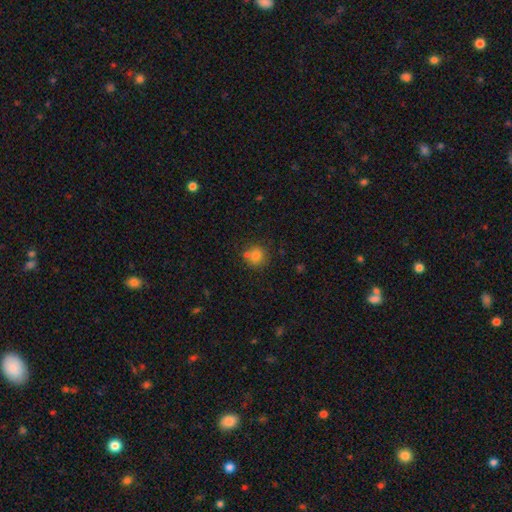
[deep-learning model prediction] Smooth or featured: smooth — 80% (star or artifact — 12%)
How rounded: round — 88% (in between — 11%)
Merging: none — 68% (merger — 16%)